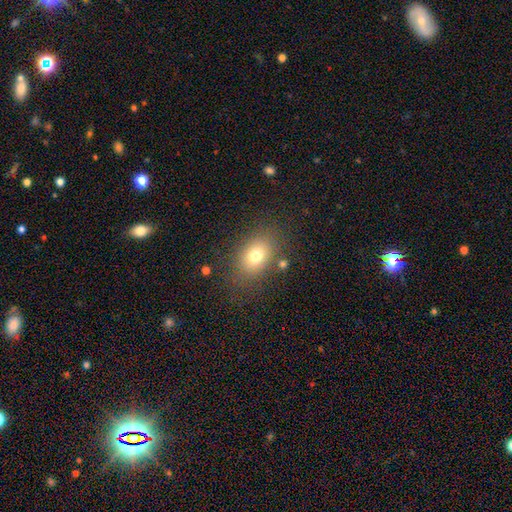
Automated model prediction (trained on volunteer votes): The model was most divided on "how rounded": in between: 74%, round: 24%, cigar-shaped: 1%. More confident: merging — none (77%); smooth or featured — smooth (75%).